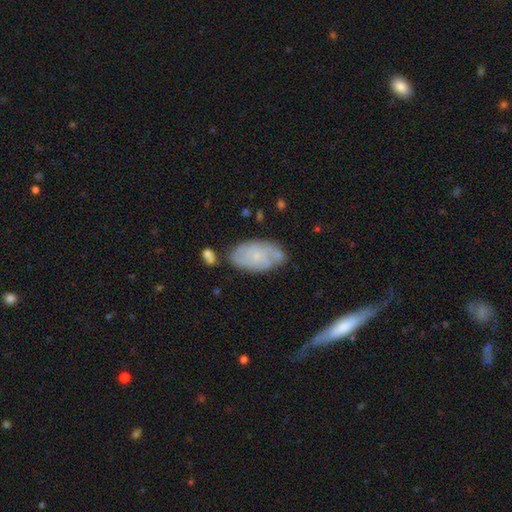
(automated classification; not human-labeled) Smooth or featured? Predicted: featured or disk (p=0.62). Edge-on disk? Predicted: no (p=0.95). Bar? Predicted: no (p=0.79). Spiral arms? Predicted: yes (p=0.80). Bulge size? Predicted: small (p=0.77). Merging? Predicted: none (p=0.64).